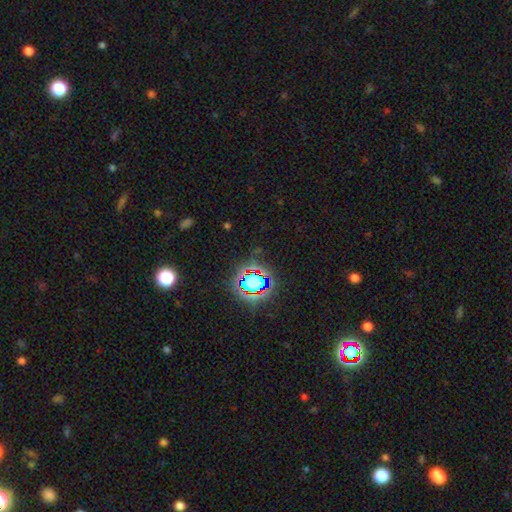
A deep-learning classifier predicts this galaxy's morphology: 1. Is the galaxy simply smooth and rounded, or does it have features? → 78% star or artifact, 14% smooth, 8% featured or disk.